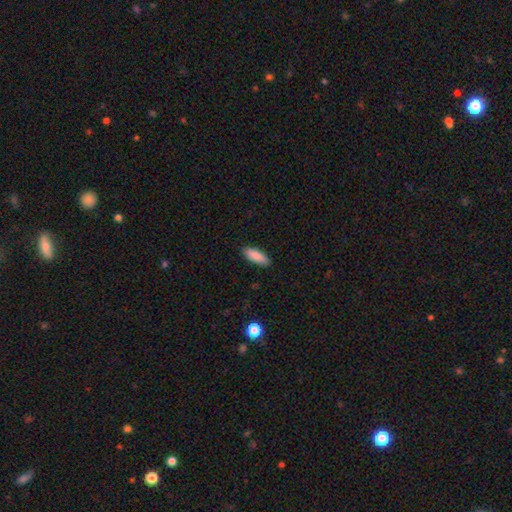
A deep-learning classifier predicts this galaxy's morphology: A smooth galaxy with no disk features (88%) that is in between round and cigar-shaped (66%).

Vote fractions:
- Smooth or featured? smooth: 88% / star or artifact: 6% / featured or disk: 6%
- How rounded? in between: 66% / cigar-shaped: 32% / round: 2%
- Merging? none: 87% / minor disturbance: 10% / major disturbance: 2% / merger: 1%